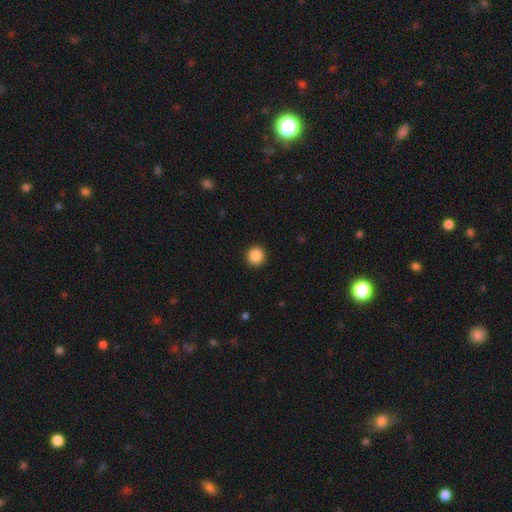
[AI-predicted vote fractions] This is clearly a smooth galaxy (88%). How rounded: clearly round (94%). Merging: clearly none (93%).